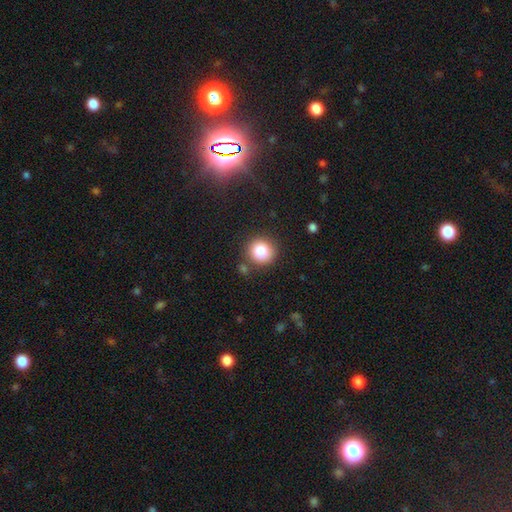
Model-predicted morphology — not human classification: The model was most divided on "smooth or featured": smooth: 80%, star or artifact: 12%, featured or disk: 8%. More confident: how rounded — round (90%); merging — none (86%).